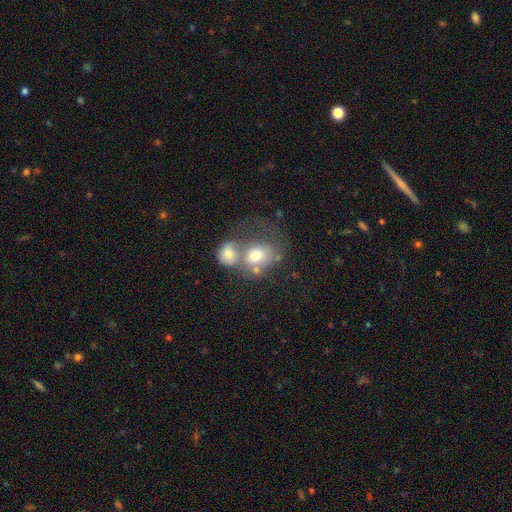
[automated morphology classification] This appears to be a smooth galaxy with no disk features (60%) that is round (56%). Merging: merger (60%).